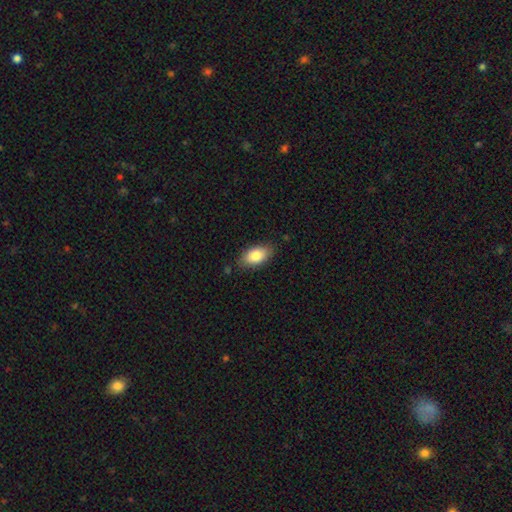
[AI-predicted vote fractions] This appears to be a smooth galaxy with no disk features (84%) that is in between round and cigar-shaped (92%). Merging: none (81%).